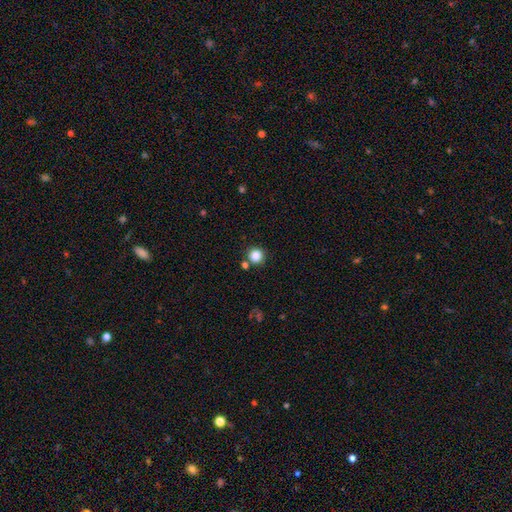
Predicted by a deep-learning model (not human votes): Smooth or featured? smooth (85%)
How rounded? round (94%)
Merging? none (81%)